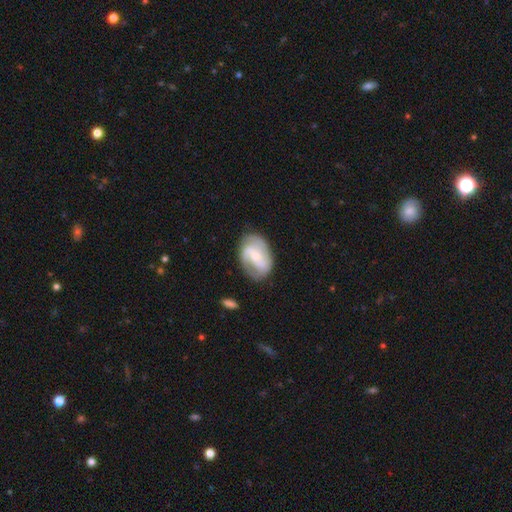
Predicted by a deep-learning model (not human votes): Smooth or featured? Predicted: featured or disk (p=0.76). Edge-on disk? Predicted: no (p=0.97). Bar? Predicted: no (p=0.45). Spiral arms? Predicted: yes (p=0.92). Spiral winding? Predicted: medium (p=0.46). Spiral arm count? Predicted: 2 (p=0.62). Bulge size? Predicted: small (p=0.65). Merging? Predicted: none (p=0.72).